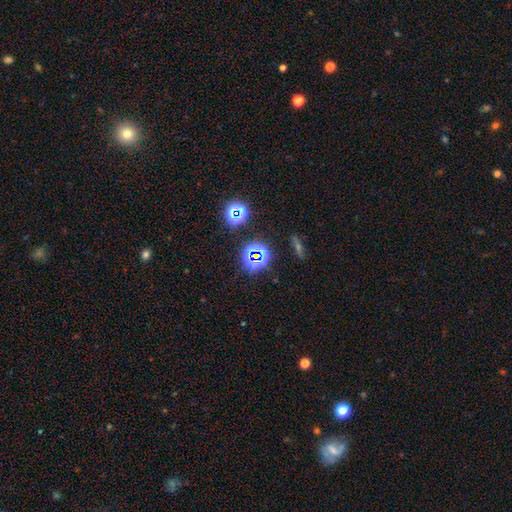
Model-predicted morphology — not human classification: A star or artifact, not a galaxy (67%).

Vote fractions:
- Smooth or featured? star or artifact: 67% / smooth: 23% / featured or disk: 10%